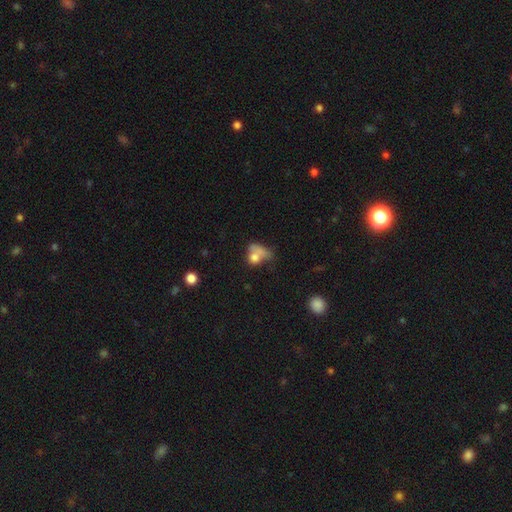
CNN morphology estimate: Smooth or featured? Predicted: smooth (p=0.69). How rounded? Predicted: in between (p=0.50). Merging? Predicted: merger (p=0.33).